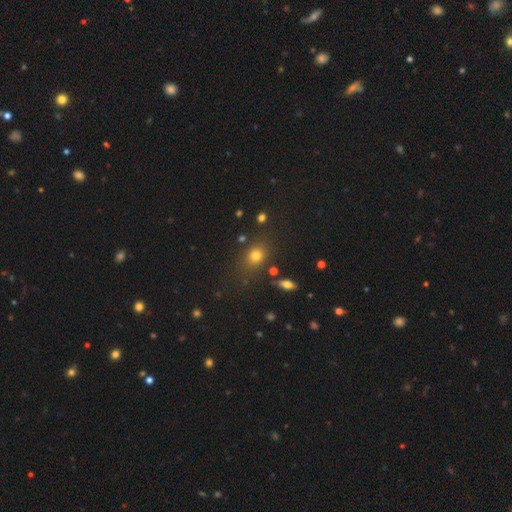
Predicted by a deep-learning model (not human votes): Morphology: type=smooth (74%); roundness=round (52%); merging=none (77%).